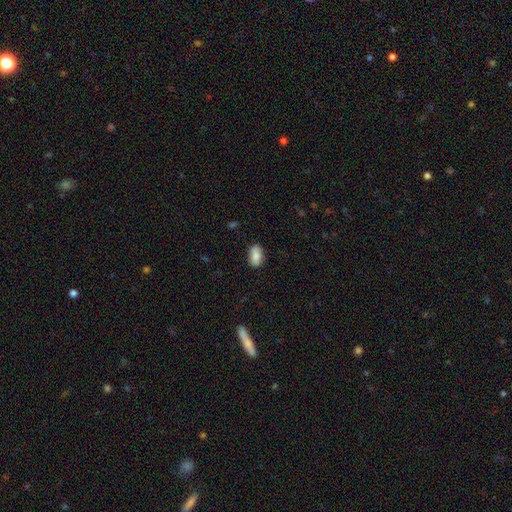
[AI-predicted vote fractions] Smooth or featured? Predicted: smooth (p=0.86). How rounded? Predicted: in between (p=0.92). Merging? Predicted: none (p=0.84).